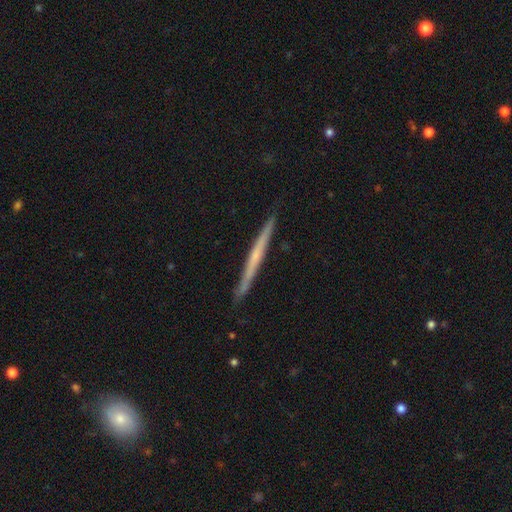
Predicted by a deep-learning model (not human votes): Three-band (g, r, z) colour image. It shows a featured or disk galaxy (62%) viewed edge-on (98%) with no central bulge (70%). Merging: none (89%).